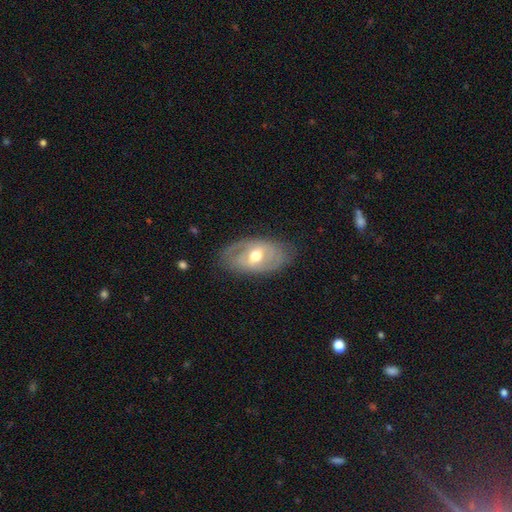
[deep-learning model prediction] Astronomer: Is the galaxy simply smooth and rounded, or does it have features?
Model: featured or disk — 70%.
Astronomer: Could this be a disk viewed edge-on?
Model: no — 92%.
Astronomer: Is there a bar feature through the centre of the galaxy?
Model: weak — 45% (runner-up: no, 36%).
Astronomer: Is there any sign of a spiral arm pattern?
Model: yes — 66%.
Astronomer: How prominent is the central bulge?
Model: moderate — 75%.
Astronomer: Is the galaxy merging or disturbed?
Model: none — 77%.